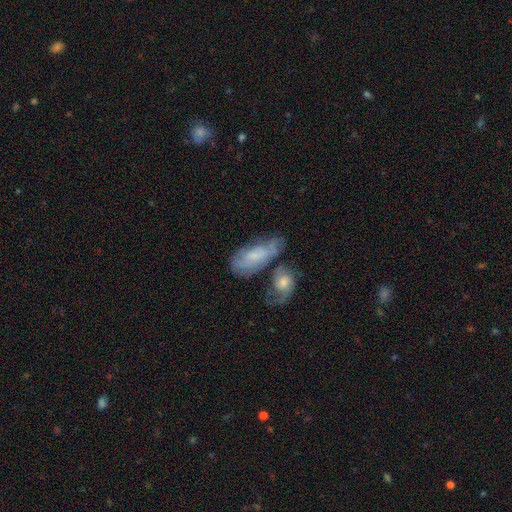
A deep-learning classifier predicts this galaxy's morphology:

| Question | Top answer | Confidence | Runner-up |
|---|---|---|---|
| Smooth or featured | featured or disk | 51% | smooth (41%) |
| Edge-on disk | no | 88% | yes (12%) |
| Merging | none | 37% | merger (31%) |